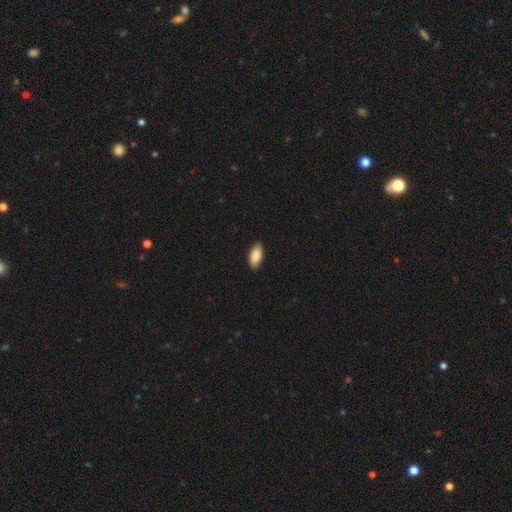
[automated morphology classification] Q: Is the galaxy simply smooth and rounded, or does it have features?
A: smooth — 88%.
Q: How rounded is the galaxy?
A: in between — 92%.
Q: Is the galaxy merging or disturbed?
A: none — 86%.